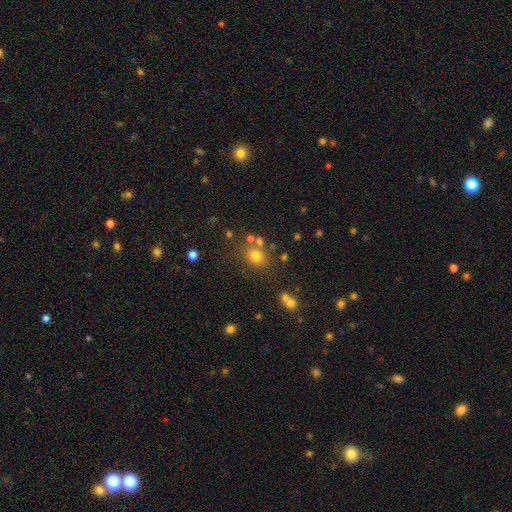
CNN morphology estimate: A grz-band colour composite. It shows a smooth galaxy with no disk features (74%) that is round (69%). Merging: none (70%).